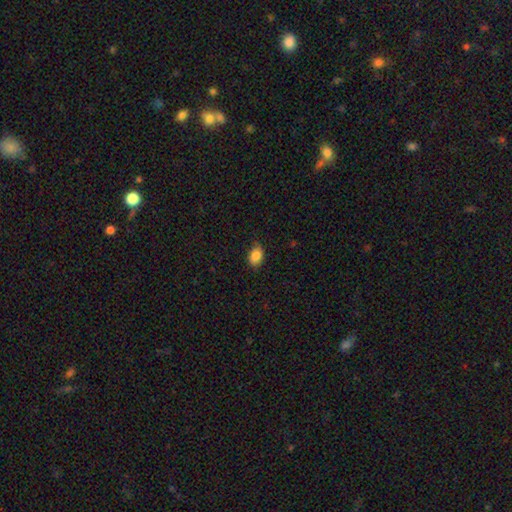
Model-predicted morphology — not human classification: smooth-or-featured: smooth: 86% | star or artifact: 8% | featured or disk: 6%
  how-rounded: in between: 81% | round: 17% | cigar-shaped: 1%
  merging: none: 80% | minor disturbance: 16% | major disturbance: 3% | merger: 1%